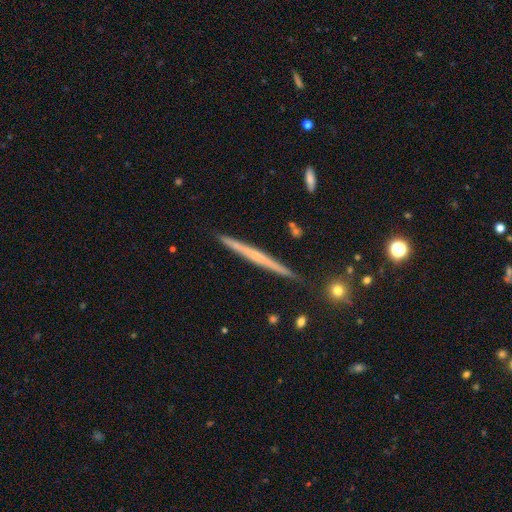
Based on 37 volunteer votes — Smooth or featured?
  - featured or disk: 68% *
  - smooth: 32%
  - star or artifact: 0%
Edge-on disk?
  - yes: 92% *
  - no: 8%
Edge-on bulge?
  - none: 74% *
  - rounded: 26%
  - boxy: 0%
Merging?
  - none: 95% *
  - minor disturbance: 5%
  - major disturbance: 0%
  - merger: 0%